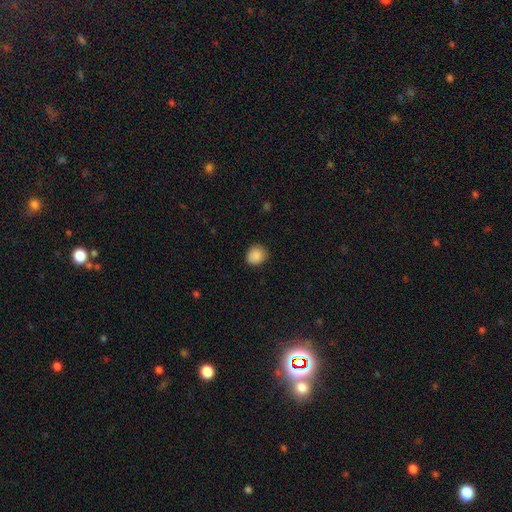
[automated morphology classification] Smooth or featured: smooth — 88% (star or artifact — 9%)
How rounded: round — 72% (in between — 27%)
Merging: none — 81% (minor disturbance — 16%)